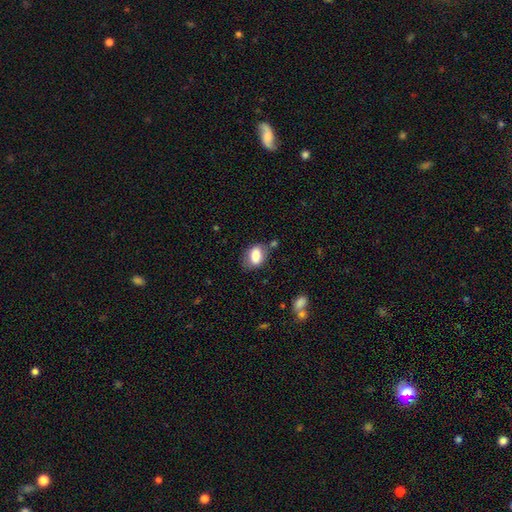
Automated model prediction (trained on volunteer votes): Smooth or featured? Predicted: smooth (p=0.80). How rounded? Predicted: in between (p=0.83). Merging? Predicted: none (p=0.65).